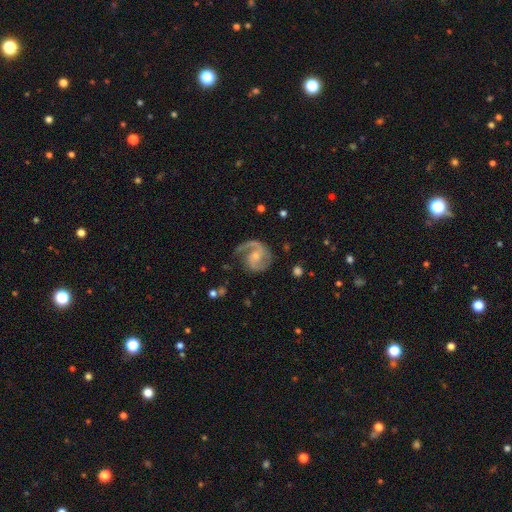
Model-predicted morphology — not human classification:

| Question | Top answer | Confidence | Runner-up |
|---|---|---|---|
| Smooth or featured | featured or disk | 89% | smooth (6%) |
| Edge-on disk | no | 98% | yes (2%) |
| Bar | no | 55% | weak (37%) |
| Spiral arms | yes | 97% | no (3%) |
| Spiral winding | medium | 55% | tight (26%) |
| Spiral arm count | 2 | 80% | 1 (13%) |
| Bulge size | small | 60% | moderate (32%) |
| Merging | none | 68% | minor disturbance (19%) |